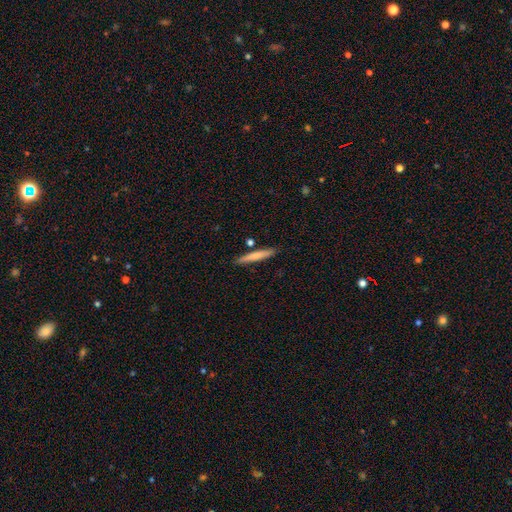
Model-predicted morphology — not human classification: Overall: smooth (72%). How rounded: cigar-shaped (95%). Merging: none (86%).